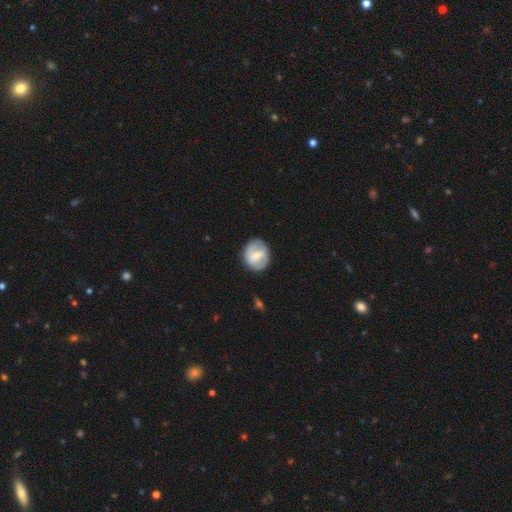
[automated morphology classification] smooth-or-featured: featured or disk: 53% | smooth: 41% | star or artifact: 6%
  disk-edge-on: no: 96% | yes: 4%
    bar: weak: 47% | strong: 32% | no: 21%
    has-spiral-arms: yes: 59% | no: 41%
    bulge-size: moderate: 46% (tied) | small: 46% (tied) | none: 4% | large: 3% | dominant: 1%
  merging: none: 80% | minor disturbance: 14% | major disturbance: 4% | merger: 1%